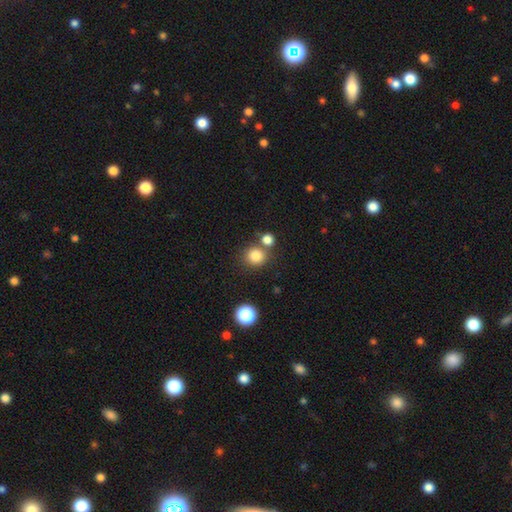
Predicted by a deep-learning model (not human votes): Overall: smooth (82%). How rounded: round (89%). Merging: none (69%).